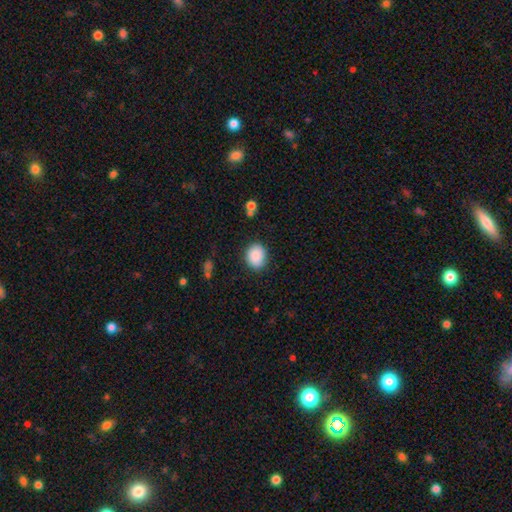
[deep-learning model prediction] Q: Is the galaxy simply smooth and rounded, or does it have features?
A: smooth — 88%.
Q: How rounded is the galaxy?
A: round — 59%.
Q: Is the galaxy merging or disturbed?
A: none — 84%.